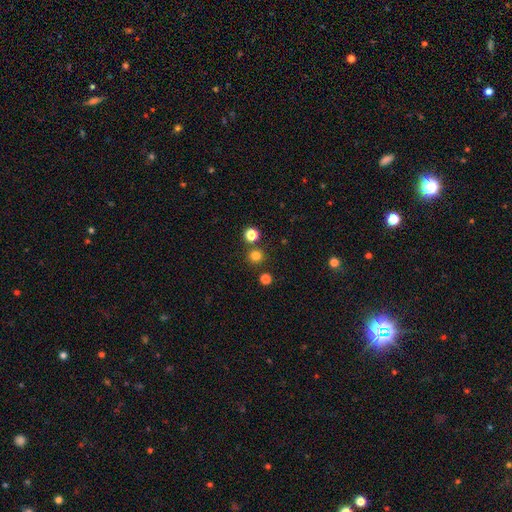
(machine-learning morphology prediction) Smooth or featured: smooth — 78% (star or artifact — 17%)
How rounded: round — 94% (in between — 5%)
Merging: none — 83% (merger — 8%)